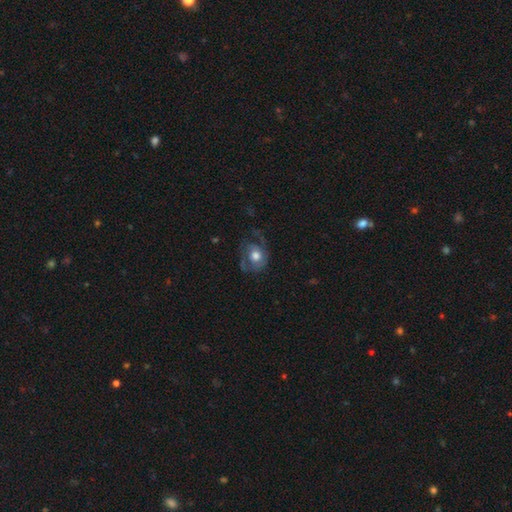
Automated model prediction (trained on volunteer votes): featured or disk 46% (tied), smooth 46% (tied), star or artifact 8%. Down the decision tree: merging — none (47%).